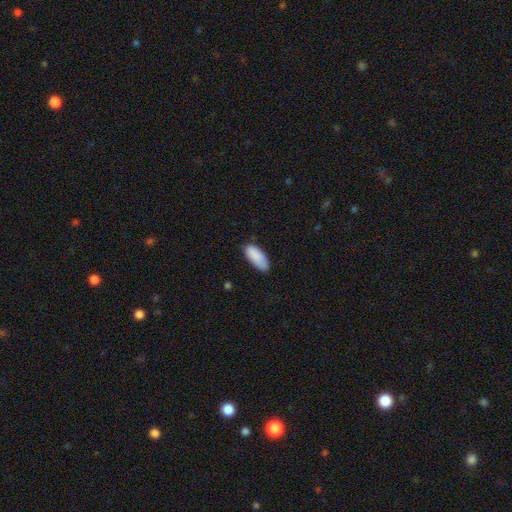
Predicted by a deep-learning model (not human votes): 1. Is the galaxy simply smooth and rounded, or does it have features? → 89% smooth, 6% star or artifact, 5% featured or disk.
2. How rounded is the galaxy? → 83% in between, 15% cigar-shaped, 2% round.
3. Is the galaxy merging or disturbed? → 77% none, 19% minor disturbance, 3% major disturbance, 1% merger.